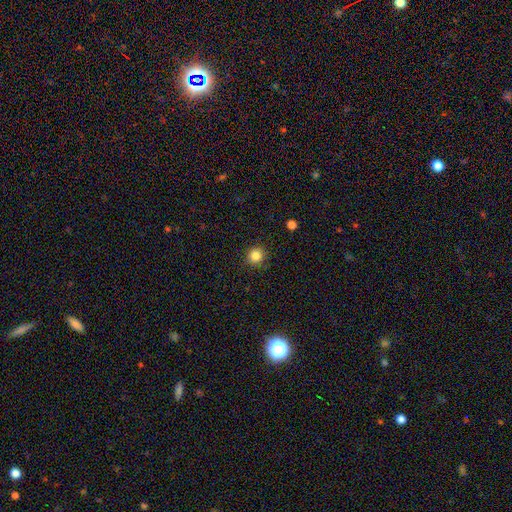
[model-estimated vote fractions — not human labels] Overall: smooth (85%). How rounded: round (93%). Merging: none (90%).